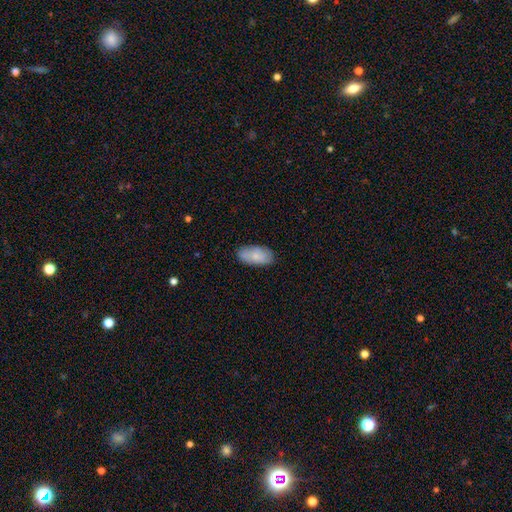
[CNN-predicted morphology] type=smooth (78%); roundness=in between (94%); merging=none (83%).